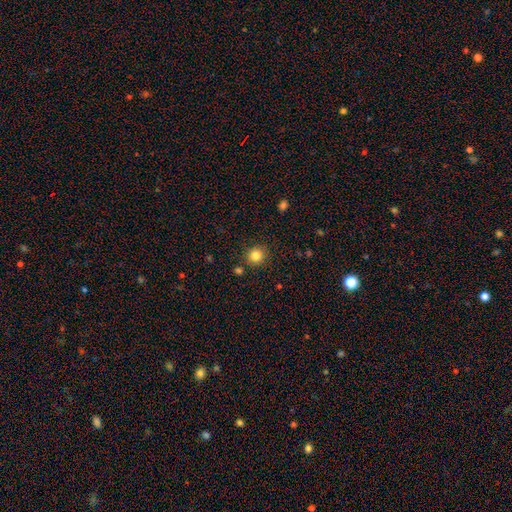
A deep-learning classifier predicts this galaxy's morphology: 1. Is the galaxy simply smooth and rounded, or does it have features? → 83% smooth, 12% star or artifact, 5% featured or disk.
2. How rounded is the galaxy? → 90% round, 9% in between, 1% cigar-shaped.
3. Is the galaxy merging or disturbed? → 87% none, 7% minor disturbance, 3% merger, 2% major disturbance.